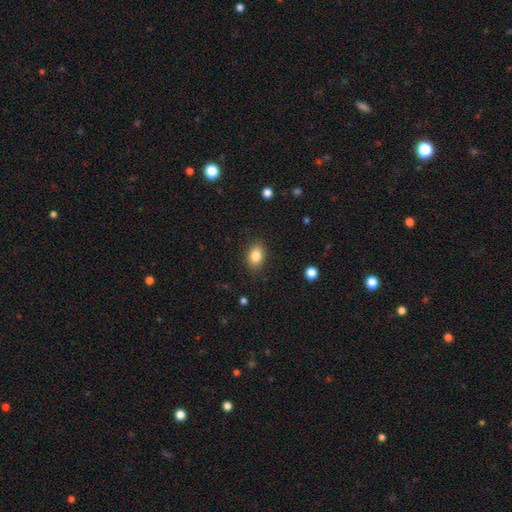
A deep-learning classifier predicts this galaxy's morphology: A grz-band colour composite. It shows a smooth galaxy with no disk features (84%) that is in between round and cigar-shaped (79%). Merging: none (85%).